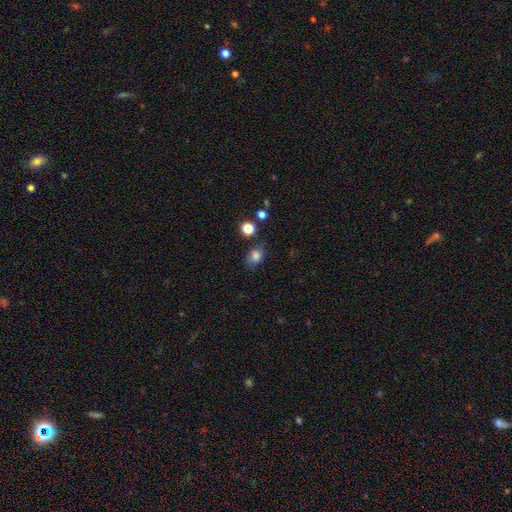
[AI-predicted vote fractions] smooth 80%, star or artifact 12%, featured or disk 8%. Down the decision tree: how rounded — in between (55%); merging — none (71%).